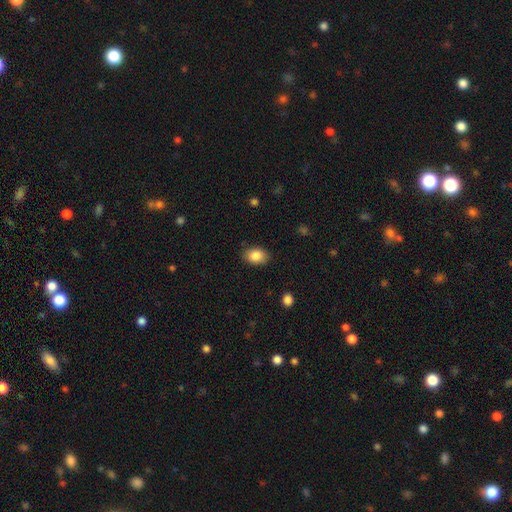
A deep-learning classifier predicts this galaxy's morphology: smooth_or_featured: smooth (p=0.86) [alt: star or artifact p=0.08]
how_rounded: in between (p=0.79) [alt: round p=0.19]
merging: none (p=0.85) [alt: minor disturbance p=0.11]